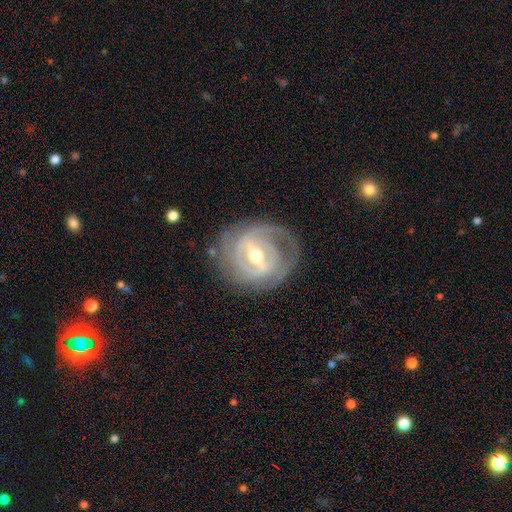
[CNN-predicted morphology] Smooth or featured? Predicted: featured or disk (p=0.87). Edge-on disk? Predicted: no (p=0.95). Bar? Predicted: strong (p=0.54). Spiral arms? Predicted: yes (p=0.88). Spiral winding? Predicted: tight (p=0.68). Spiral arm count? Predicted: 2 (p=0.42). Bulge size? Predicted: moderate (p=0.69). Merging? Predicted: none (p=0.77).